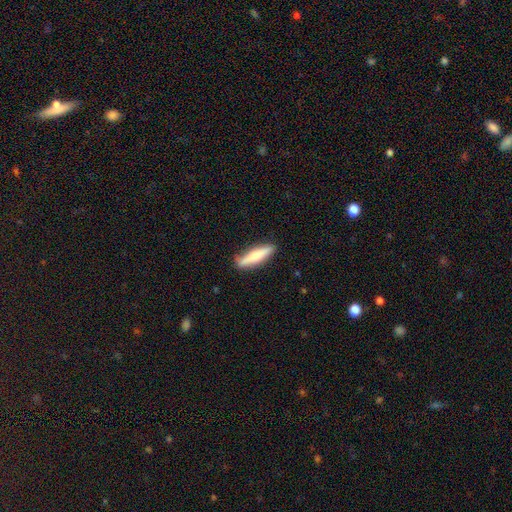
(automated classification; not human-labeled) Smooth or featured? smooth (65%)
How rounded? cigar-shaped (82%)
Merging? none (86%)